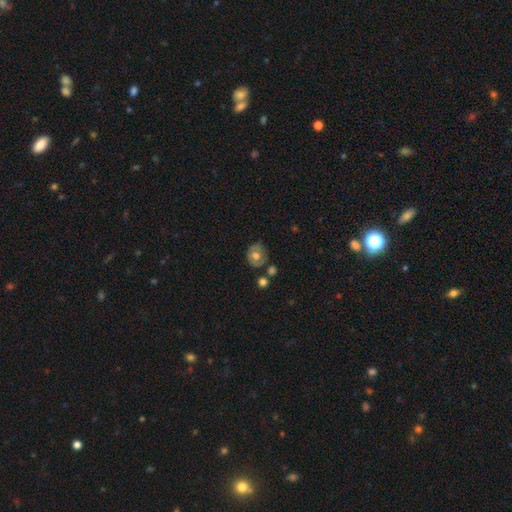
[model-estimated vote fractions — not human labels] Smooth or featured? smooth (59%)
How rounded? round (64%)
Merging? none (64%)